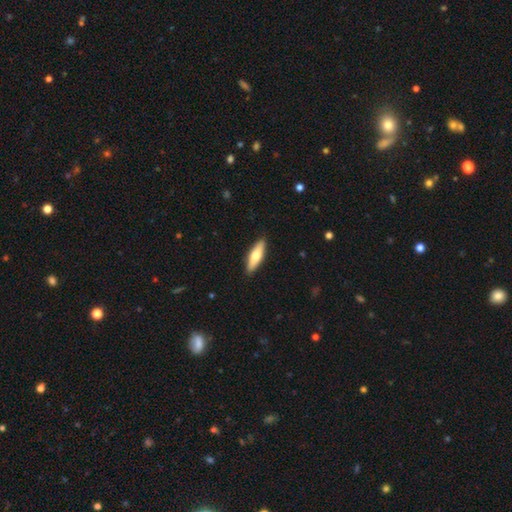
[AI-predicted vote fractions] This appears to be a smooth galaxy with no disk features (64%) that is cigar-shaped (60%). Merging: none (90%).